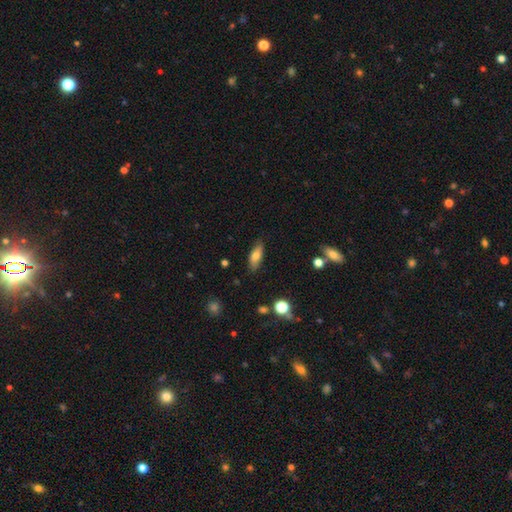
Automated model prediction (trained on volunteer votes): This is likely a smooth galaxy (70%). How rounded: likely in between (66%). Merging: clearly none (84%).